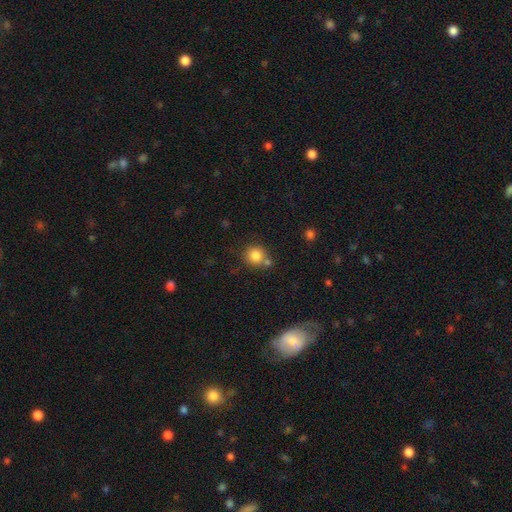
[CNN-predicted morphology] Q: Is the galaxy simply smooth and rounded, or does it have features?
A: smooth — 83%.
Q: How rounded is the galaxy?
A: round — 89%.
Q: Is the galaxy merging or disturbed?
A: none — 65%.